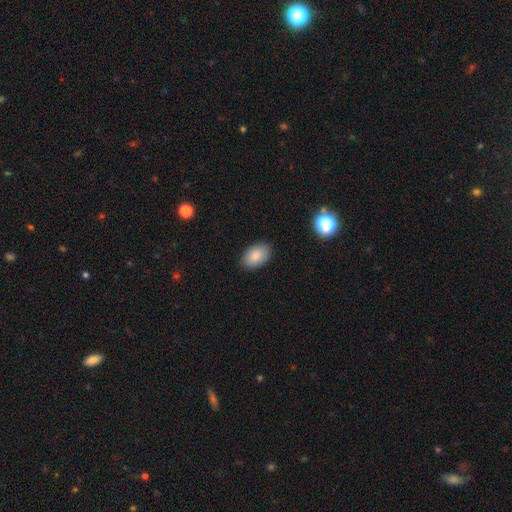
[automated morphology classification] A smooth galaxy with no disk features (88%) that is in between round and cigar-shaped (92%). Merging: none (88%).